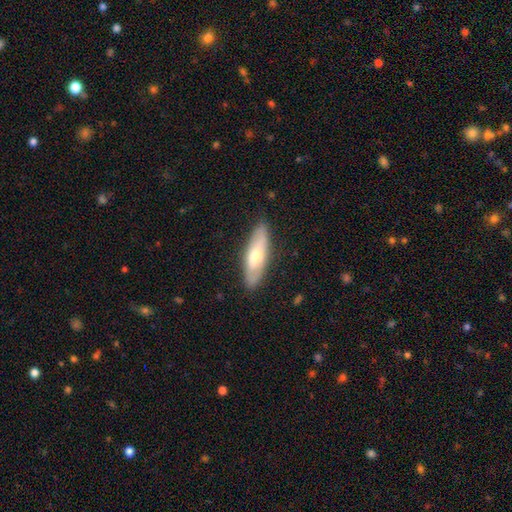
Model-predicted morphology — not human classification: smooth 51%, featured or disk 43%, star or artifact 6%. Down the decision tree: how rounded — cigar-shaped (52%); merging — none (86%).